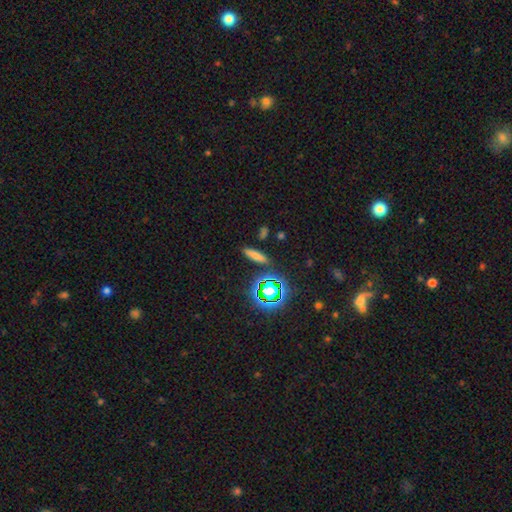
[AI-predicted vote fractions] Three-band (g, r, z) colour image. It shows a smooth galaxy with no disk features (67%) that is cigar-shaped (70%). Merging: none (86%).